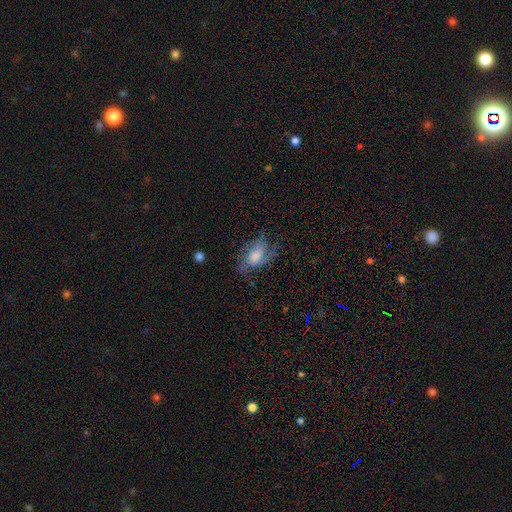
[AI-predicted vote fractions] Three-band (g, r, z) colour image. It shows a smooth galaxy with no disk features (46%). Merging: none (53%).